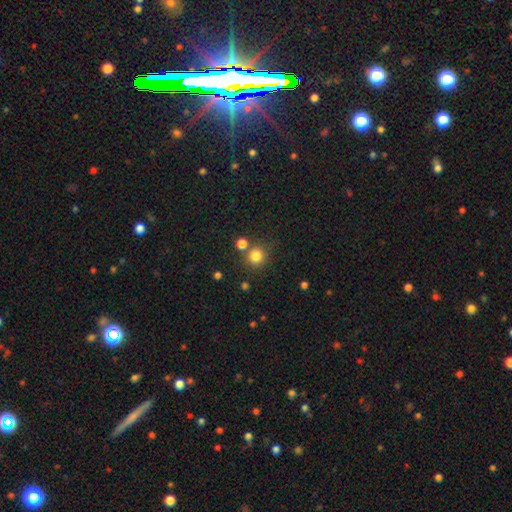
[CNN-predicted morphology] Overall: smooth (81%). How rounded: round (90%). Merging: none (72%).